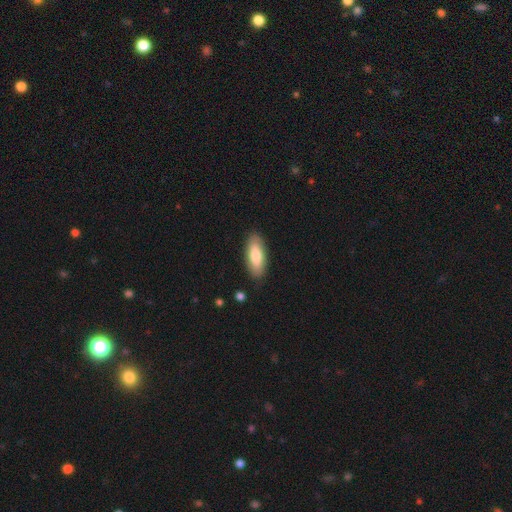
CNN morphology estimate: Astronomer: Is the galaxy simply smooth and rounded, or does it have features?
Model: smooth — 78%.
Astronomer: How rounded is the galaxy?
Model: in between — 78%.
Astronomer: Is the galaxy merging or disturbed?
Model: none — 86%.